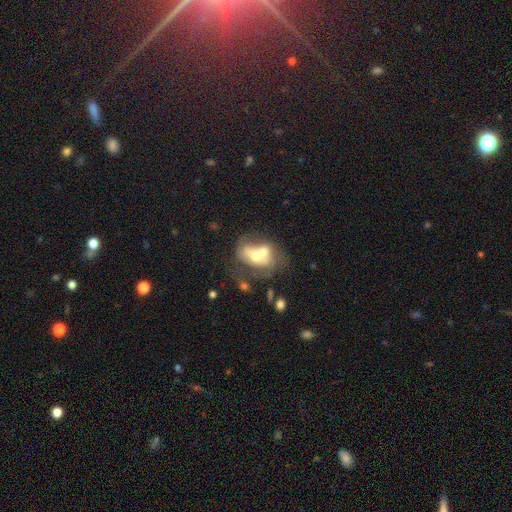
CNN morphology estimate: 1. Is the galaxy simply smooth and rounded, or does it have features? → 49% featured or disk, 41% smooth, 9% star or artifact.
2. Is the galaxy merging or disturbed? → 63% merger, 16% none, 11% major disturbance, 10% minor disturbance.